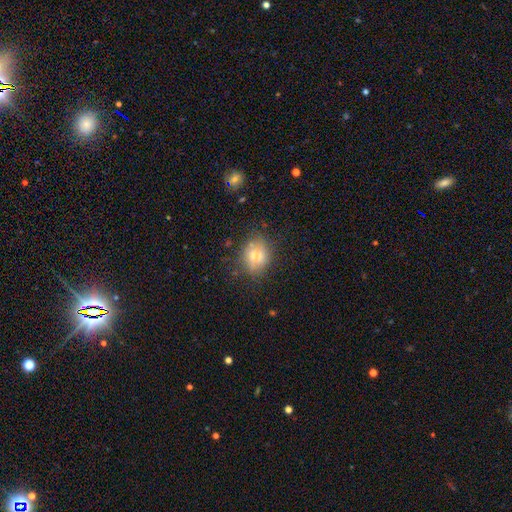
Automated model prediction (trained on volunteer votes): Morphology: type=smooth (58%); roundness=round (56%); merging=none (63%).